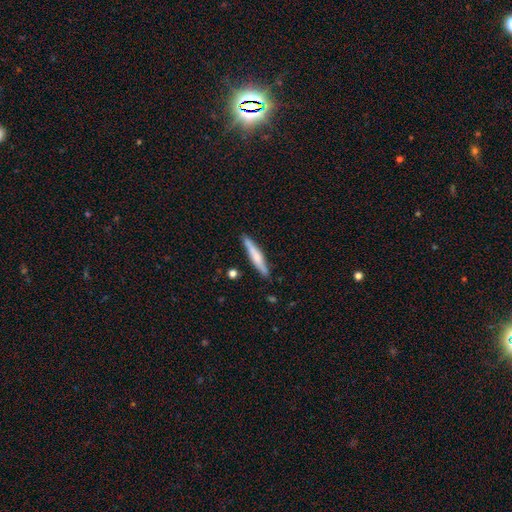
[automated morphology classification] A smooth galaxy with no disk features (57%) that is cigar-shaped (93%). Merging: none (84%).